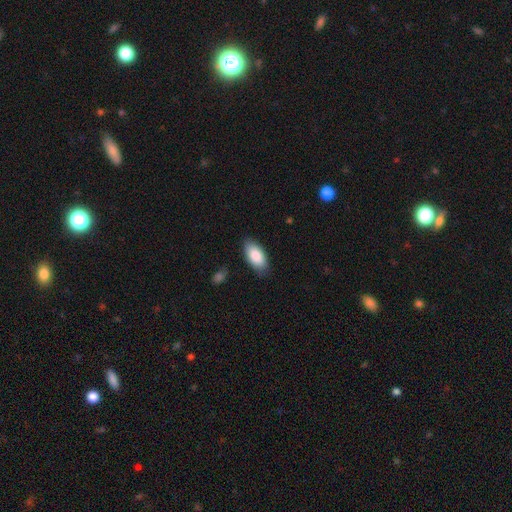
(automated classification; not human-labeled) A smooth galaxy with no disk features (87%) that is in between round and cigar-shaped (93%).

Vote fractions:
- Smooth or featured? smooth: 87% / featured or disk: 8% / star or artifact: 6%
- How rounded? in between: 93% / cigar-shaped: 4% / round: 2%
- Merging? none: 84% / minor disturbance: 13% / major disturbance: 2% / merger: 1%